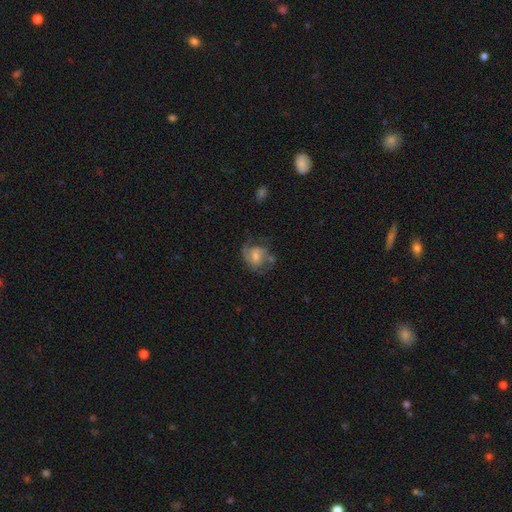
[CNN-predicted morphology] smooth-or-featured: featured or disk: 64% | smooth: 29% | star or artifact: 7%
  disk-edge-on: no: 97% | yes: 3%
    bar: weak: 46% | no: 43% | strong: 12%
    has-spiral-arms: yes: 84% | no: 16%
      spiral-winding: medium: 49% | tight: 27% | loose: 24%
      spiral-arm-count: 2: 63% | can't tell: 17% | 1: 9% | 3: 8% | 4: 2% | more than 4: 2%
    bulge-size: moderate: 48% | small: 37% | large: 8% | none: 6% | dominant: 1%
  merging: none: 52% | minor disturbance: 23% | major disturbance: 20% | merger: 4%